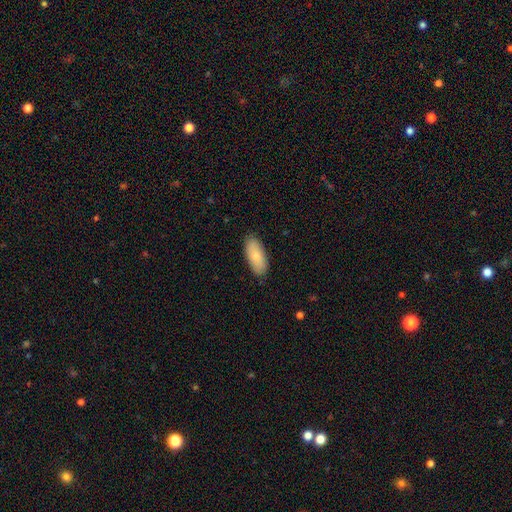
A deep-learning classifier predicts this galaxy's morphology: Smooth or featured? Predicted: smooth (p=0.83). How rounded? Predicted: in between (p=0.86). Merging? Predicted: none (p=0.87).